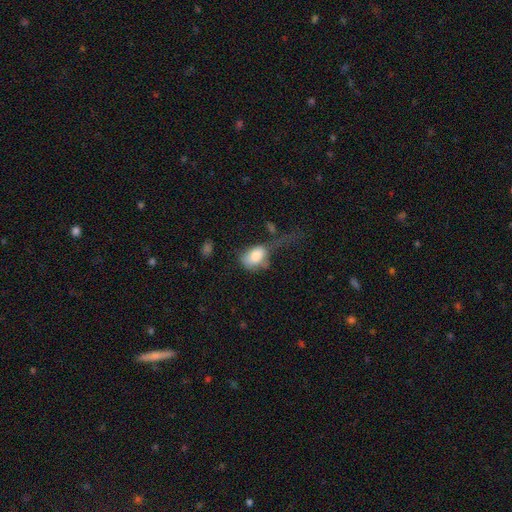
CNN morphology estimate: Smooth or featured? smooth (78%)
How rounded? in between (80%)
Merging? major disturbance (48%)